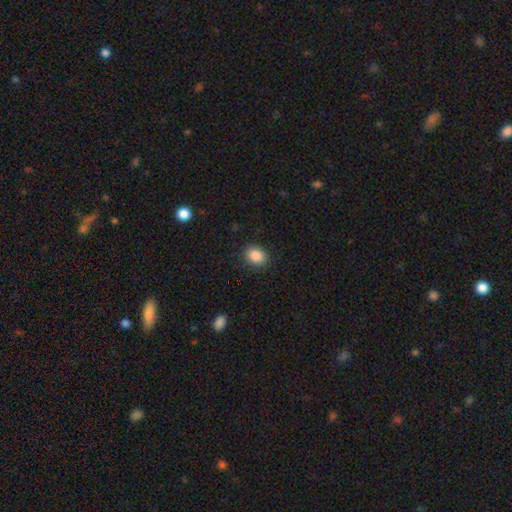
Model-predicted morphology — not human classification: The model was most divided on "how rounded": in between: 54%, round: 45%, cigar-shaped: 1%. More confident: smooth or featured — smooth (87%); merging — none (87%).